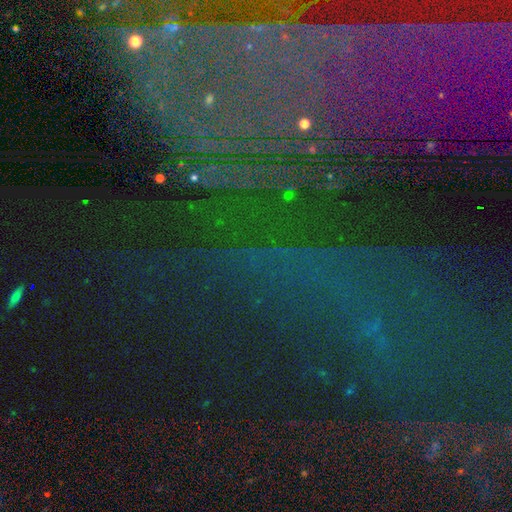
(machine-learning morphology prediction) Q: Smooth or featured?
A: star or artifact (79%); runner-up: featured or disk (11%)